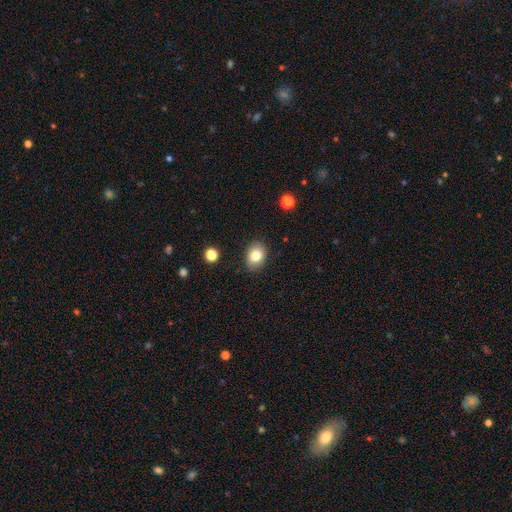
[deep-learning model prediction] Morphology: type=smooth (82%); roundness=in between (72%); merging=none (87%).